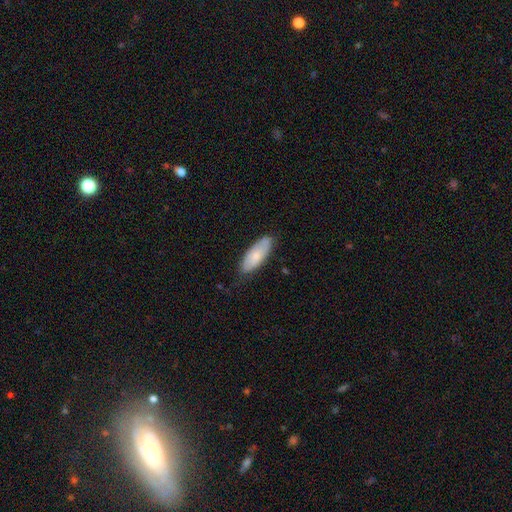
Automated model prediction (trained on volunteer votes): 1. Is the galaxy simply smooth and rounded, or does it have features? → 69% smooth, 26% featured or disk, 6% star or artifact.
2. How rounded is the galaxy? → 76% in between, 22% cigar-shaped, 2% round.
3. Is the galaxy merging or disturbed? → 75% none, 21% minor disturbance, 3% major disturbance, 1% merger.